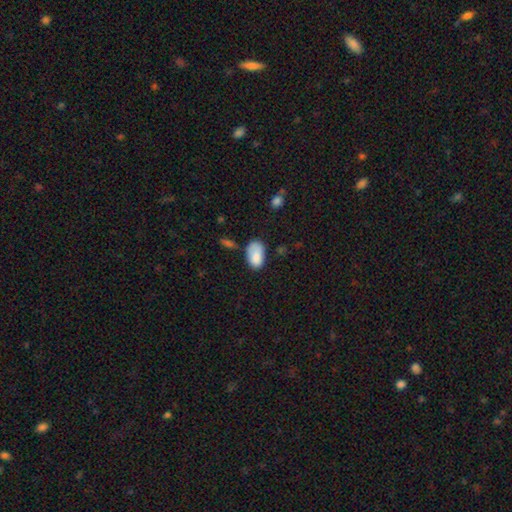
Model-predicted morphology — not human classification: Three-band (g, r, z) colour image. It shows a smooth galaxy with no disk features (83%) that is in between round and cigar-shaped (92%). Merging: none (46%).